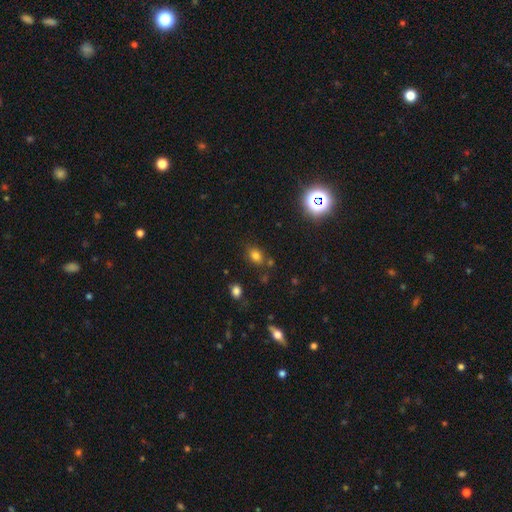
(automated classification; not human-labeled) Smooth or featured? Predicted: smooth (p=0.74). How rounded? Predicted: in between (p=0.60). Merging? Predicted: none (p=0.73).